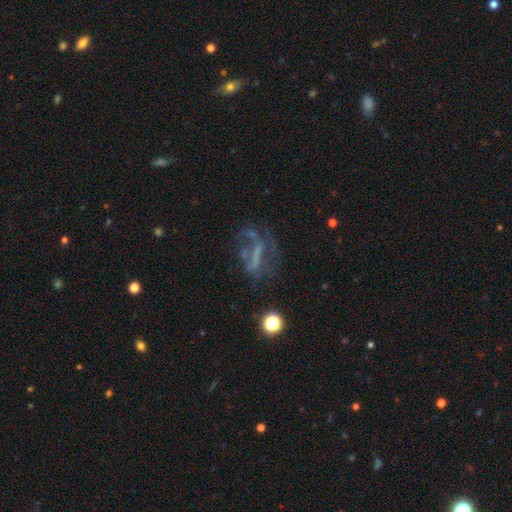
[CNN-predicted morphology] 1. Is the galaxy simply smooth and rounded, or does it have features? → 50% featured or disk, 25% smooth, 25% star or artifact.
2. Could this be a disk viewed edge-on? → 85% no, 15% yes.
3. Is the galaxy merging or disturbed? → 39% none, 37% major disturbance, 16% minor disturbance, 7% merger.